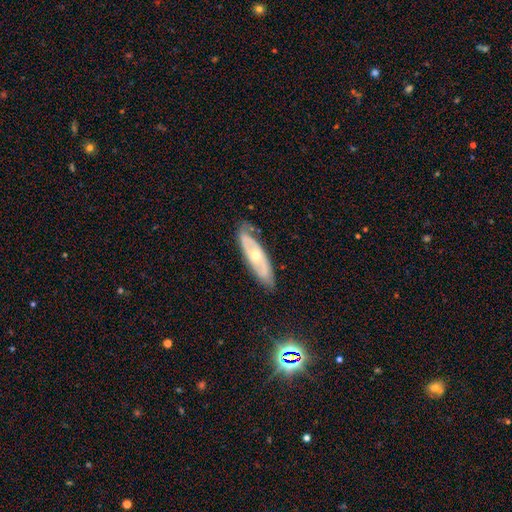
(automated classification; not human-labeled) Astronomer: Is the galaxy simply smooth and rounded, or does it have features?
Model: featured or disk — 71%.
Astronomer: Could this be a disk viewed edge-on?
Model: no — 74%.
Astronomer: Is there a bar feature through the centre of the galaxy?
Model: no — 68%.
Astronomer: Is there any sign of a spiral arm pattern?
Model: yes — 72%.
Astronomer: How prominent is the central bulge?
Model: moderate — 51% (runner-up: small, 45%).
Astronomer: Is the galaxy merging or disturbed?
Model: none — 77%.